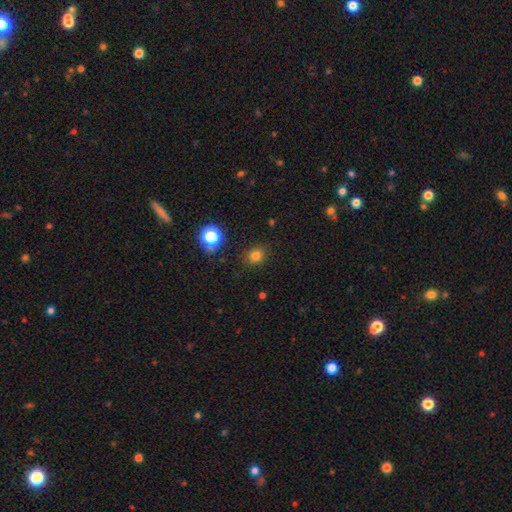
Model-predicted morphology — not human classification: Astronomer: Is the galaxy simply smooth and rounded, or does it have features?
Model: smooth — 78%.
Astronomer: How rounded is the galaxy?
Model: round — 80%.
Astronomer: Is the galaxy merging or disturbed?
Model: none — 88%.